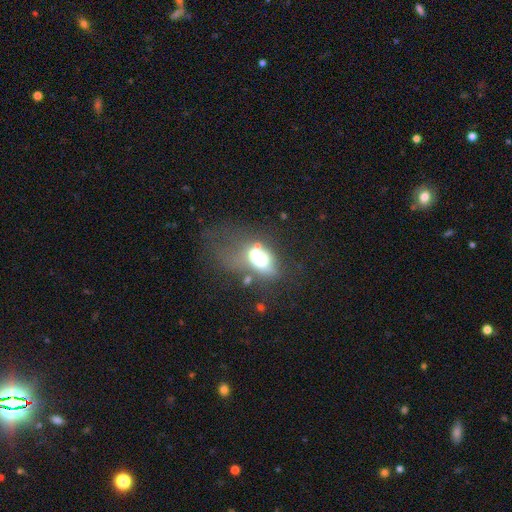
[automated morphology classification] smooth_or_featured: smooth (p=0.45) [alt: featured or disk p=0.34]
merging: major disturbance (p=0.44) [alt: none p=0.22]